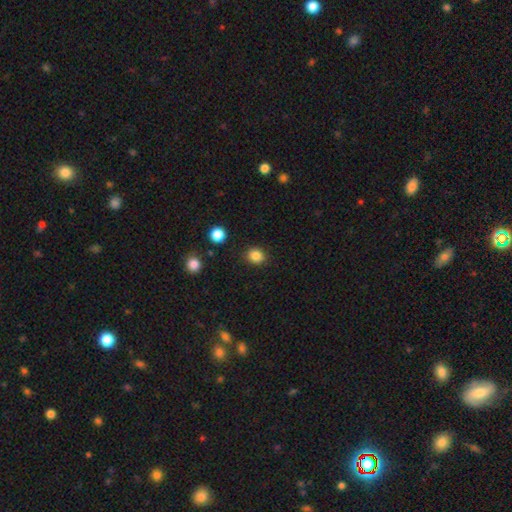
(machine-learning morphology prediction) A smooth galaxy with no disk features (84%) that is round (73%).

Vote fractions:
- Smooth or featured? smooth: 84% / star or artifact: 11% / featured or disk: 4%
- How rounded? round: 73% / in between: 26% / cigar-shaped: 1%
- Merging? none: 88% / minor disturbance: 8% / major disturbance: 2% / merger: 2%